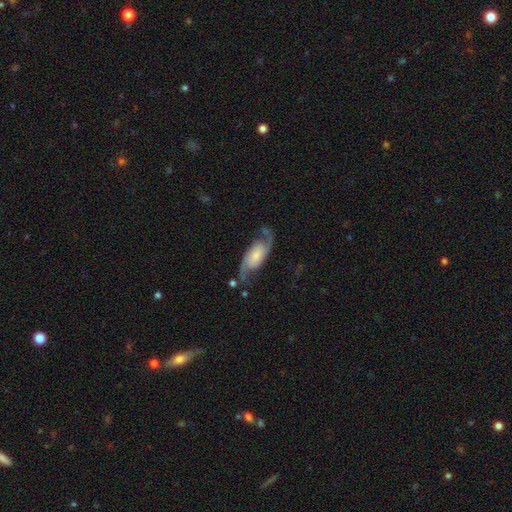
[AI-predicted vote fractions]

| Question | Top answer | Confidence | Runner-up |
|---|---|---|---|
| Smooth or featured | featured or disk | 85% | smooth (10%) |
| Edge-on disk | no | 95% | yes (5%) |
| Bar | no | 57% | weak (31%) |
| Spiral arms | yes | 97% | no (3%) |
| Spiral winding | loose | 49% | medium (38%) |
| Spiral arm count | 2 | 93% | can't tell (2%) |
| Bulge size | small | 41% | moderate (30%) |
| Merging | none | 70% | minor disturbance (17%) |